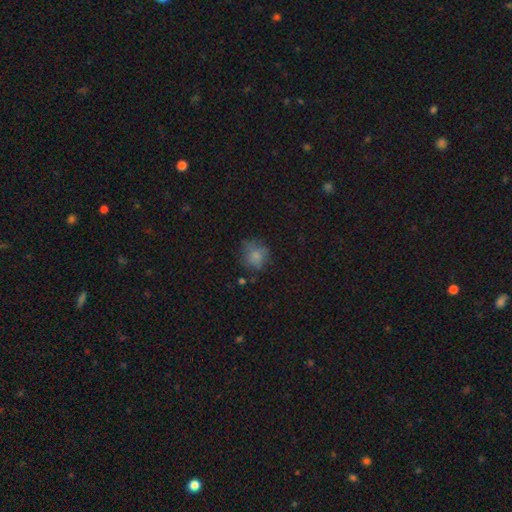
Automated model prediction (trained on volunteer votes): smooth 73%, featured or disk 14%, star or artifact 13%. Down the decision tree: how rounded — round (81%); merging — none (63%).